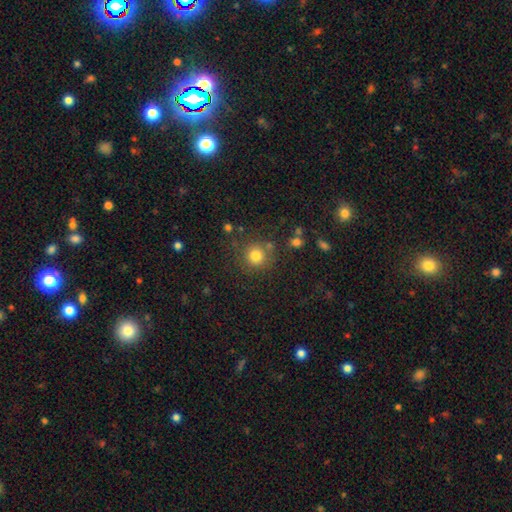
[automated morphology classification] This is likely a smooth galaxy (79%). How rounded: clearly round (93%). Merging: likely none (79%).